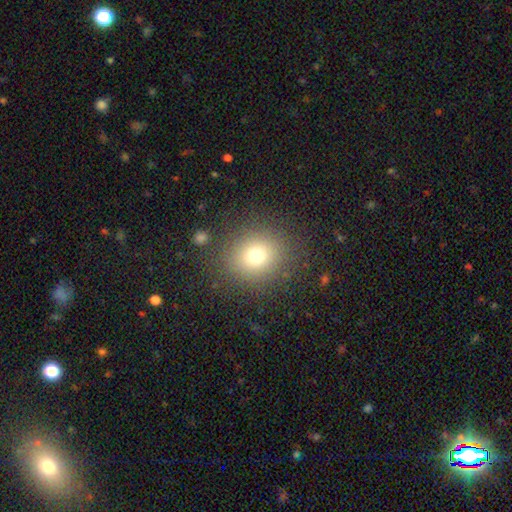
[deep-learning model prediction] Smooth or featured?
  - smooth: 73% *
  - star or artifact: 16%
  - featured or disk: 11%
How rounded?
  - round: 80% *
  - in between: 19%
  - cigar-shaped: 1%
Merging?
  - none: 86% *
  - minor disturbance: 8%
  - major disturbance: 4%
  - merger: 2%